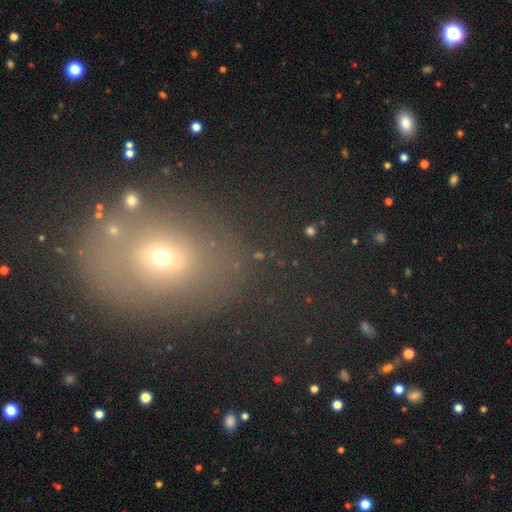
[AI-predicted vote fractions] Overall: smooth (52%; star or artifact 33%). How rounded: round (52%; in between 46%). Merging: none (70%).